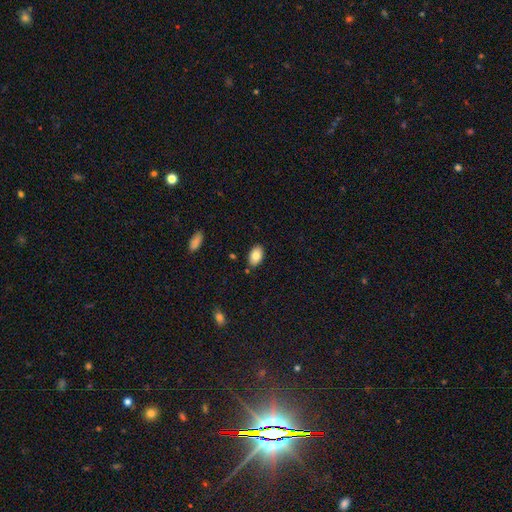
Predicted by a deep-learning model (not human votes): A smooth galaxy with no disk features (82%) that is in between round and cigar-shaped (93%).

Vote fractions:
- Smooth or featured? smooth: 82% / featured or disk: 11% / star or artifact: 7%
- How rounded? in between: 93% / round: 6% / cigar-shaped: 1%
- Merging? none: 85% / minor disturbance: 11% / merger: 2% / major disturbance: 2%